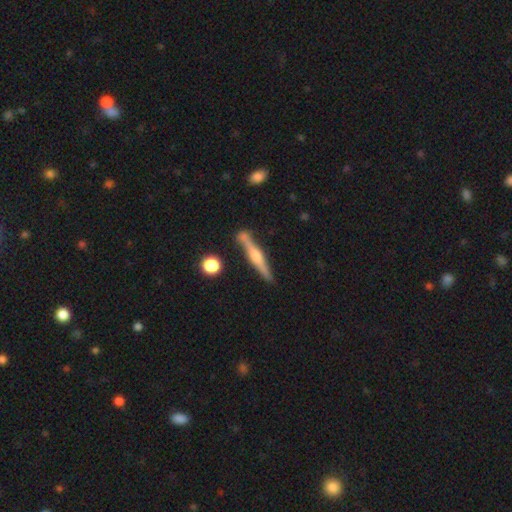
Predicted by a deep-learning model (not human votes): smooth-or-featured: featured or disk: 72% | smooth: 22% | star or artifact: 6%
  disk-edge-on: yes: 98% | no: 2%
    edge-on-bulge: rounded: 87% | boxy: 8% | none: 5%
  merging: none: 81% | minor disturbance: 10% | merger: 6% | major disturbance: 2%